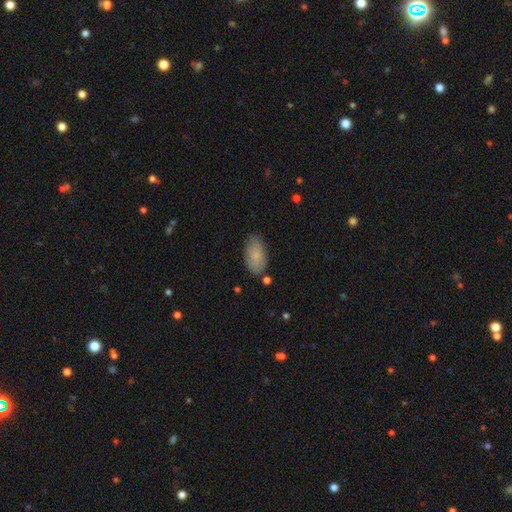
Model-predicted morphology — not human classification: smooth_or_featured: smooth (p=0.84) [alt: featured or disk p=0.10]
how_rounded: in between (p=0.93) [alt: cigar-shaped p=0.04]
merging: none (p=0.79) [alt: minor disturbance p=0.15]